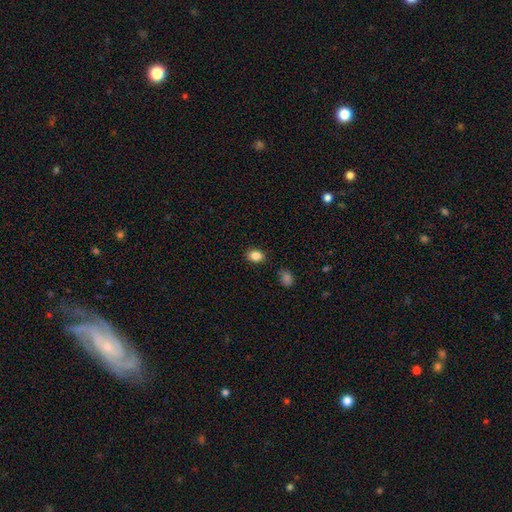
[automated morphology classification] Smooth or featured? smooth (85%)
How rounded? in between (71%)
Merging? none (86%)